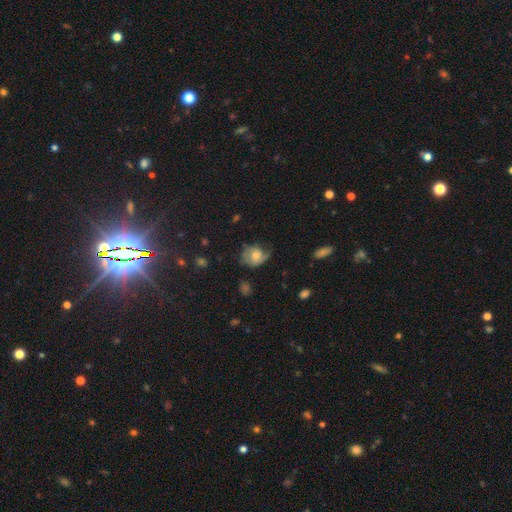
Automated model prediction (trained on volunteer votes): Smooth or featured? smooth (48%)
Merging? none (42%)